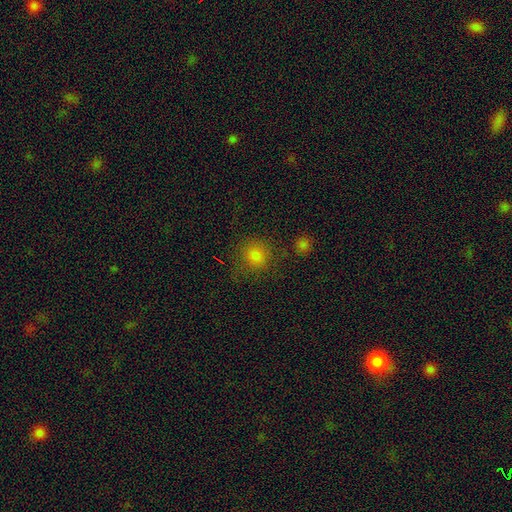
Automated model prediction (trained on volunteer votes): A smooth galaxy with no disk features (78%) that is round (88%). Merging: none (76%).